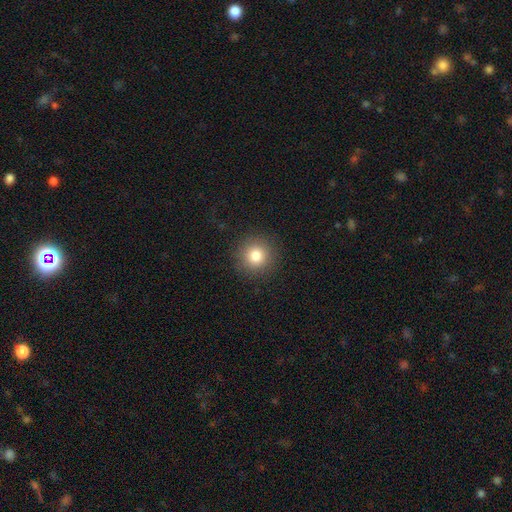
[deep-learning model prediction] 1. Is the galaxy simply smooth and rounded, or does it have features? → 81% smooth, 12% star or artifact, 7% featured or disk.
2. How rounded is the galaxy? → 94% round, 5% in between, 1% cigar-shaped.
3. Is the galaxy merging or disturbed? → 91% none, 6% minor disturbance, 3% major disturbance, 1% merger.